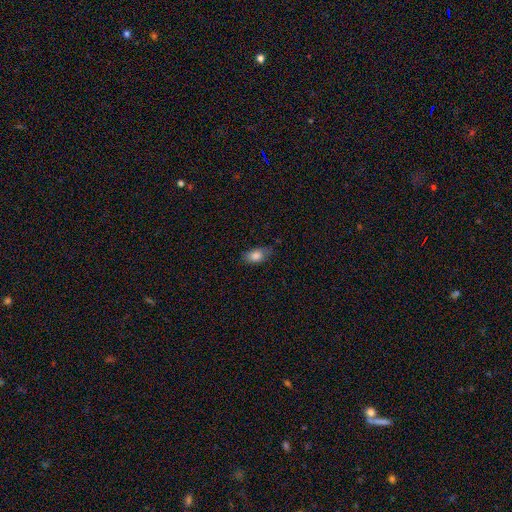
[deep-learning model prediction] A smooth galaxy with no disk features (84%) that is in between round and cigar-shaped (86%).

Vote fractions:
- Smooth or featured? smooth: 84% / star or artifact: 8% / featured or disk: 8%
- How rounded? in between: 86% / round: 10% / cigar-shaped: 4%
- Merging? none: 70% / minor disturbance: 24% / major disturbance: 5% / merger: 1%